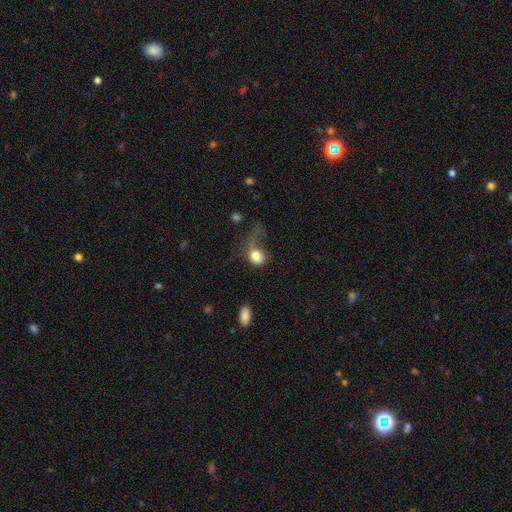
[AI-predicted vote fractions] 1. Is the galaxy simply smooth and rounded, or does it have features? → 77% smooth, 14% featured or disk, 9% star or artifact.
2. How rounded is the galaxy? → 52% round, 46% in between, 2% cigar-shaped.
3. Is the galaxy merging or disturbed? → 56% major disturbance, 19% none, 18% minor disturbance, 7% merger.